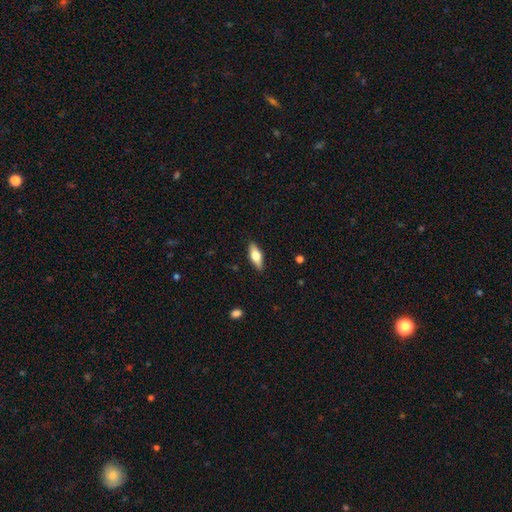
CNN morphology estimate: A smooth galaxy with no disk features (61%) that is in between round and cigar-shaped (69%).

Vote fractions:
- Smooth or featured? smooth: 61% / featured or disk: 33% / star or artifact: 6%
- How rounded? in between: 69% / cigar-shaped: 28% / round: 3%
- Merging? none: 88% / minor disturbance: 9% / major disturbance: 2% / merger: 1%